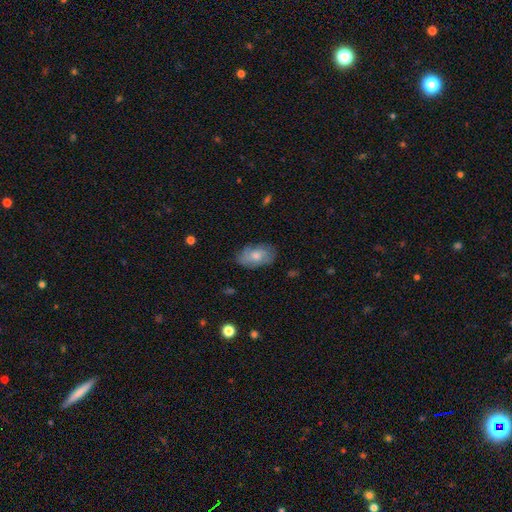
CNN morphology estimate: A smooth galaxy with no disk features (59%) that is in between round and cigar-shaped (92%). Merging: none (74%).